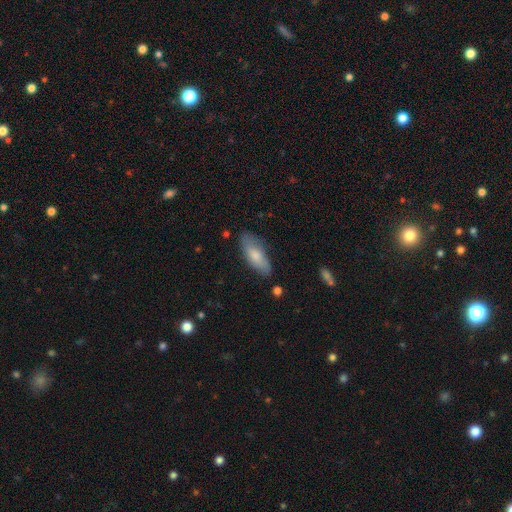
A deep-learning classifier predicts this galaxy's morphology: Smooth or featured? Predicted: smooth (p=0.74). How rounded? Predicted: in between (p=0.73). Merging? Predicted: none (p=0.75).